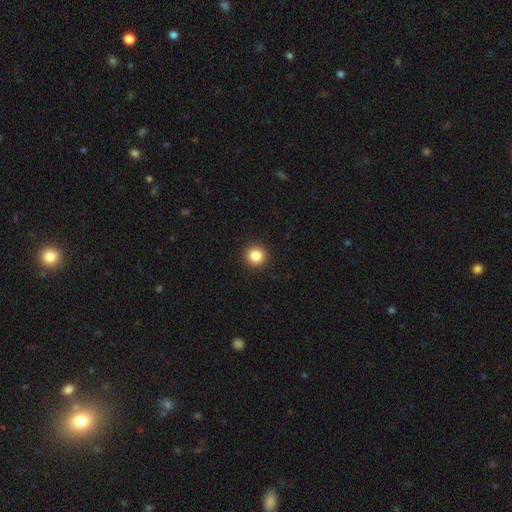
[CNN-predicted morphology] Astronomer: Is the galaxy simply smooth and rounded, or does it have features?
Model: smooth — 85%.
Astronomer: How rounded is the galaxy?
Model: round — 95%.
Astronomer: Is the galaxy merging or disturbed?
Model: none — 93%.